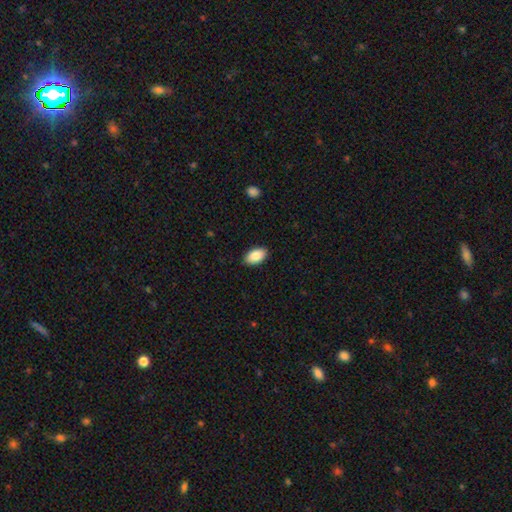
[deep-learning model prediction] smooth_or_featured: smooth (p=0.87) [alt: star or artifact p=0.07]
how_rounded: in between (p=0.94) [alt: round p=0.04]
merging: none (p=0.89) [alt: minor disturbance p=0.08]